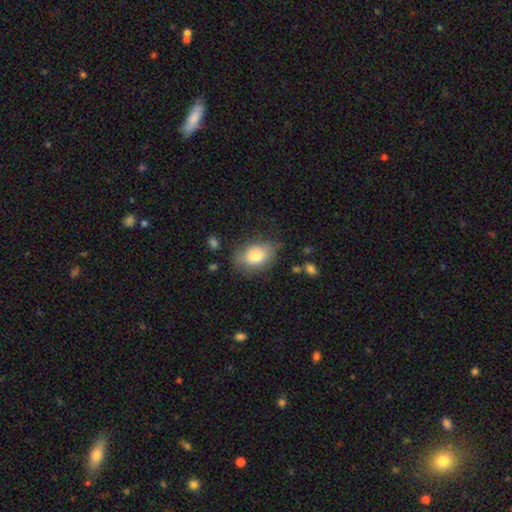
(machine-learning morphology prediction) Smooth or featured? Predicted: smooth (p=0.79). How rounded? Predicted: in between (p=0.79). Merging? Predicted: none (p=0.70).